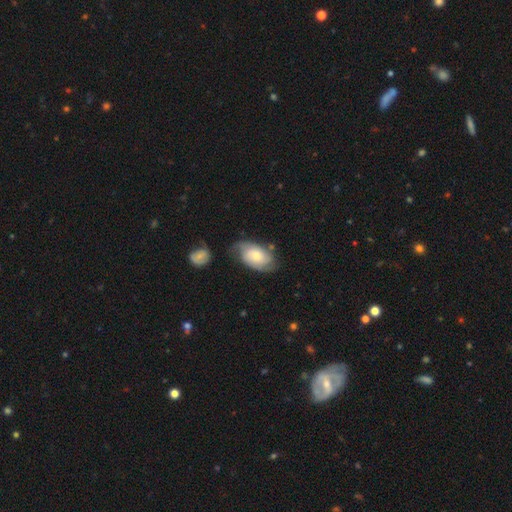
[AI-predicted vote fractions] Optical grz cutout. It shows a featured or disk galaxy (52%). Merging: none (53%).